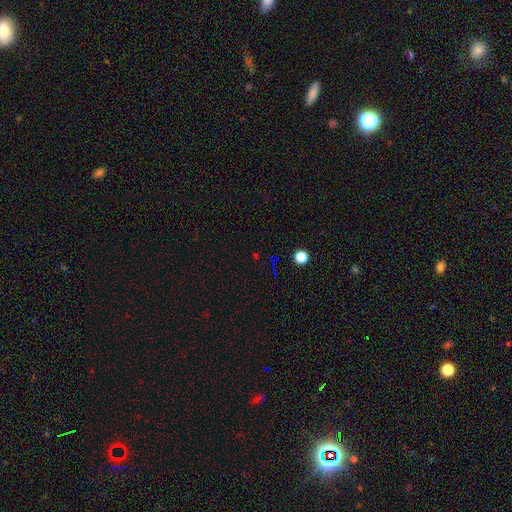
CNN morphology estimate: Overall: star or artifact (71%).